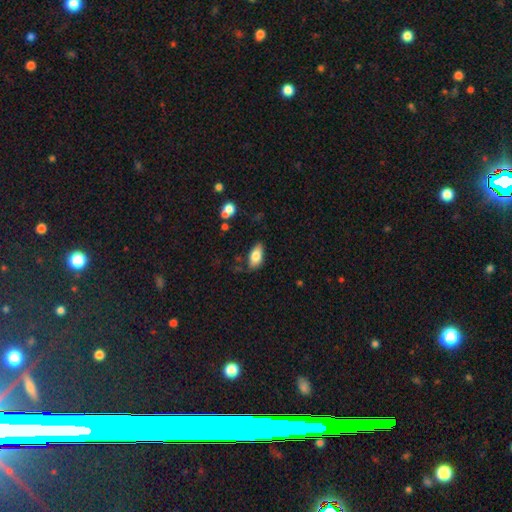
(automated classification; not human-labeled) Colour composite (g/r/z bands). It shows a smooth galaxy with no disk features (79%) that is in between round and cigar-shaped (90%). Merging: none (72%).